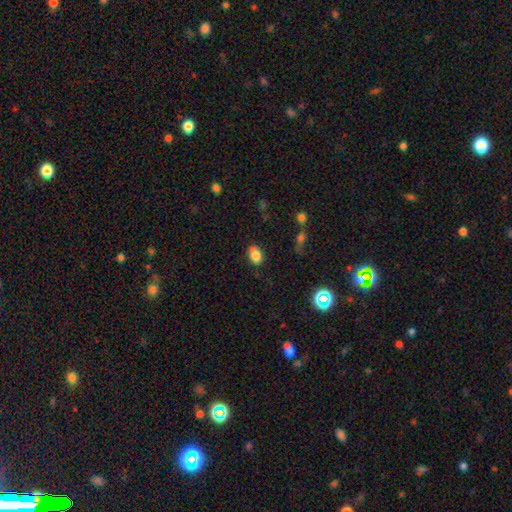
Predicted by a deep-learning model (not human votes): Smooth or featured?
  - smooth: 83% *
  - star or artifact: 9%
  - featured or disk: 8%
How rounded?
  - in between: 80% *
  - round: 19%
  - cigar-shaped: 1%
Merging?
  - none: 75% *
  - minor disturbance: 19%
  - major disturbance: 4%
  - merger: 2%